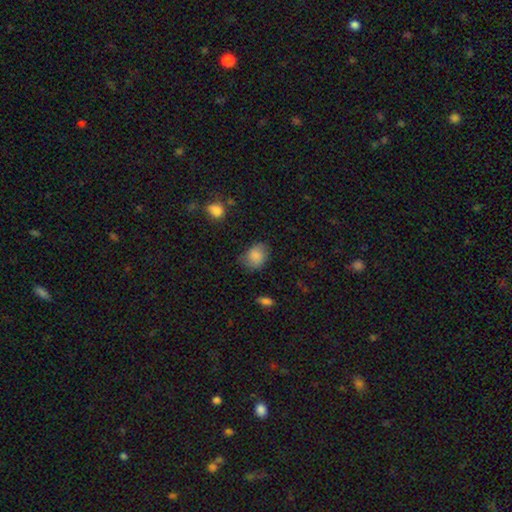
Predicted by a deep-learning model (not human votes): This appears to be a smooth galaxy with no disk features (82%) that is in between round and cigar-shaped (54%). Merging: none (69%).